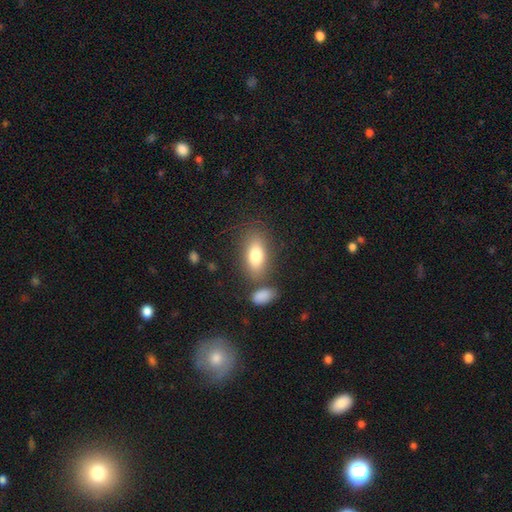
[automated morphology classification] smooth-or-featured: smooth: 78% | featured or disk: 15% | star or artifact: 7%
  how-rounded: in between: 85% | cigar-shaped: 10% | round: 5%
  merging: none: 68% | minor disturbance: 13% | merger: 13% | major disturbance: 6%